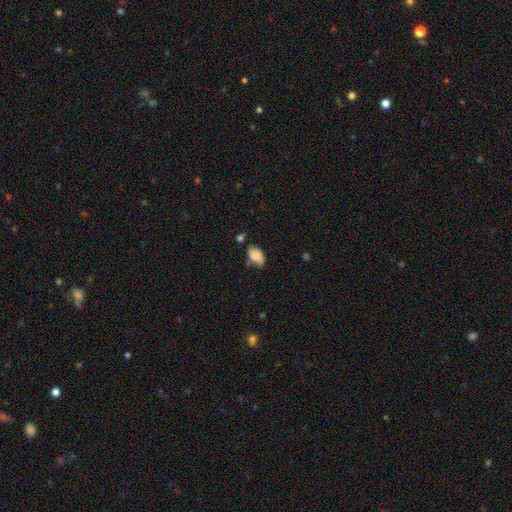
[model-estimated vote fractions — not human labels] smooth_or_featured: smooth (p=0.82) [alt: featured or disk p=0.10]
how_rounded: in between (p=0.93) [alt: round p=0.05]
merging: none (p=0.55) [alt: minor disturbance p=0.29]